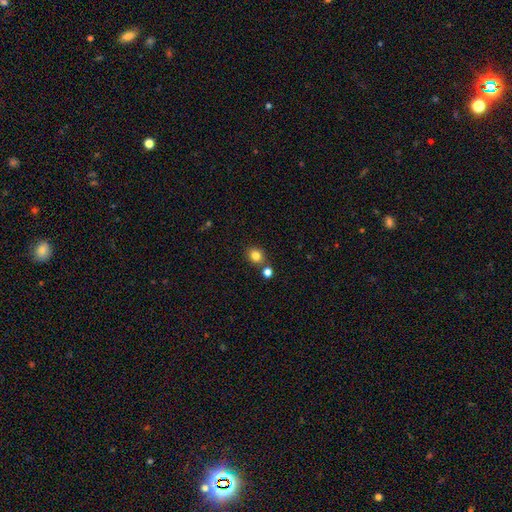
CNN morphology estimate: Q: Smooth or featured?
A: smooth (82%); runner-up: star or artifact (12%)
Q: How rounded?
A: round (72%); runner-up: in between (27%)
Q: Merging?
A: none (74%); runner-up: merger (14%)